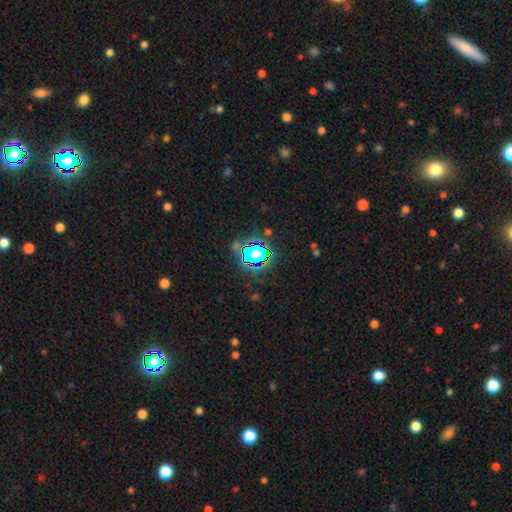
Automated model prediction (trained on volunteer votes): Overall: star or artifact (72%).